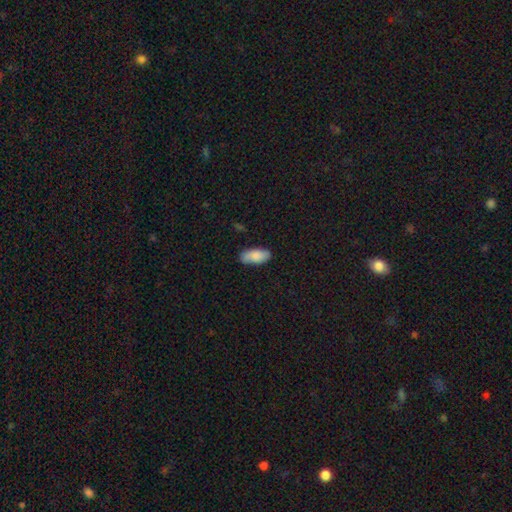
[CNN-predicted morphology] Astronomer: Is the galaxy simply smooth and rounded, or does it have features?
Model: smooth — 81%.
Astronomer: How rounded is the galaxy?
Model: in between — 89%.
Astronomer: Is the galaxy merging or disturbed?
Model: none — 80%.